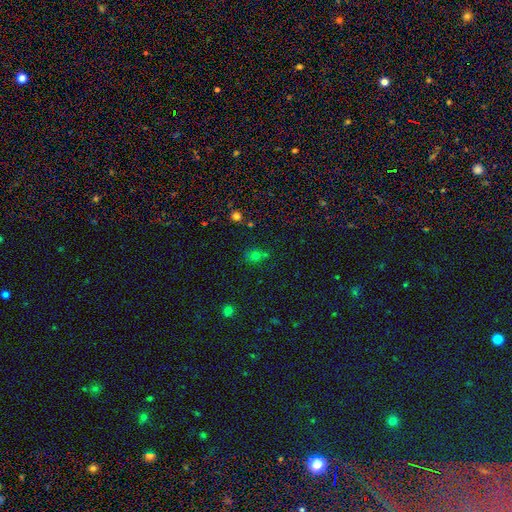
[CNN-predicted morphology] A smooth galaxy with no disk features (61%) that is round (70%). Merging: none (63%).